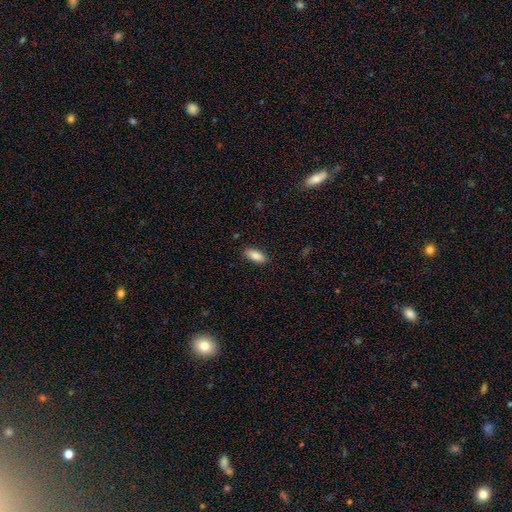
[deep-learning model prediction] Smooth or featured?
  - smooth: 86% *
  - featured or disk: 7%
  - star or artifact: 7%
How rounded?
  - in between: 84% *
  - cigar-shaped: 14%
  - round: 2%
Merging?
  - none: 87% *
  - minor disturbance: 10%
  - major disturbance: 2%
  - merger: 1%